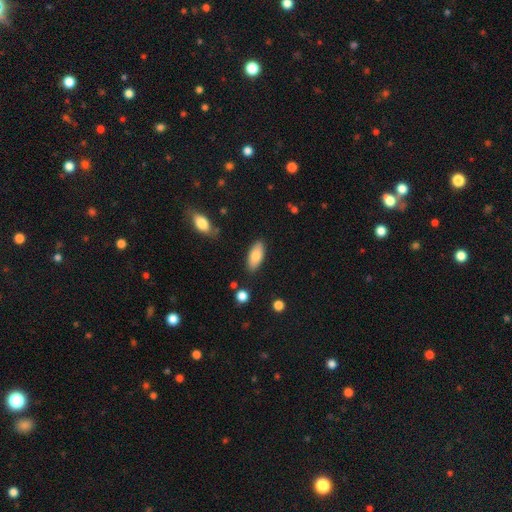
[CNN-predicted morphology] Q: Smooth or featured?
A: smooth (83%); runner-up: featured or disk (11%)
Q: How rounded?
A: in between (86%); runner-up: cigar-shaped (12%)
Q: Merging?
A: none (84%); runner-up: minor disturbance (11%)